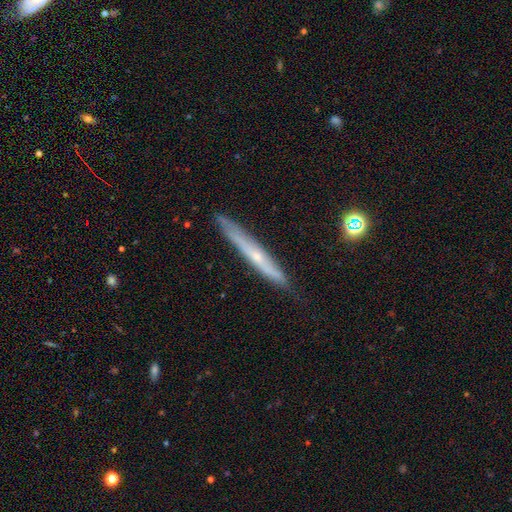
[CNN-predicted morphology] Smooth or featured: featured or disk — 61% (smooth — 33%)
Edge-on disk: yes — 91% (no — 9%)
Edge-on bulge: rounded — 52% (none — 45%)
Merging: none — 82% (minor disturbance — 14%)